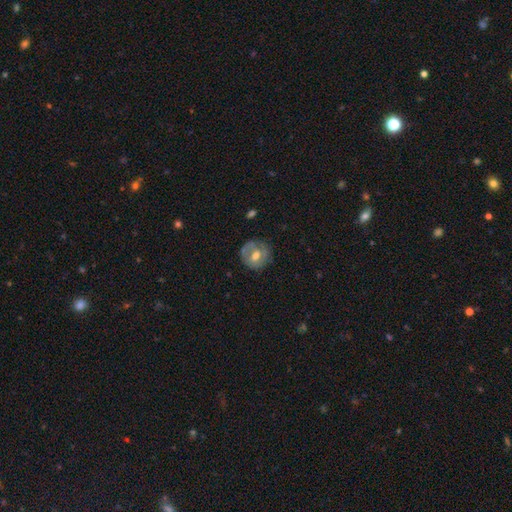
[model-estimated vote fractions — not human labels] The model was most divided on "smooth or featured": smooth: 47%, featured or disk: 45%, star or artifact: 7%. More confident: merging — none (70%).